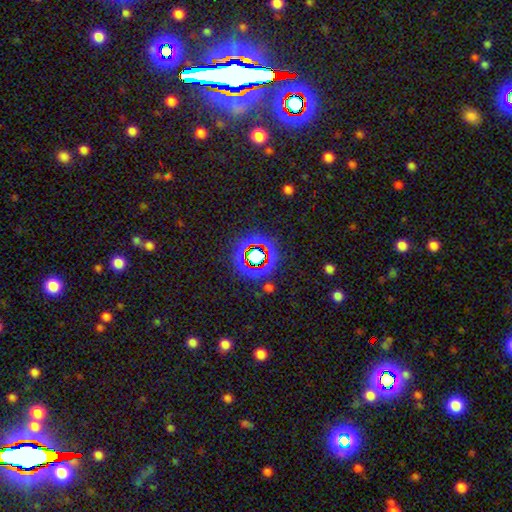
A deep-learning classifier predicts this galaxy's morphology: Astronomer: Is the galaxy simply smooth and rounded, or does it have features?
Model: star or artifact — 75%.